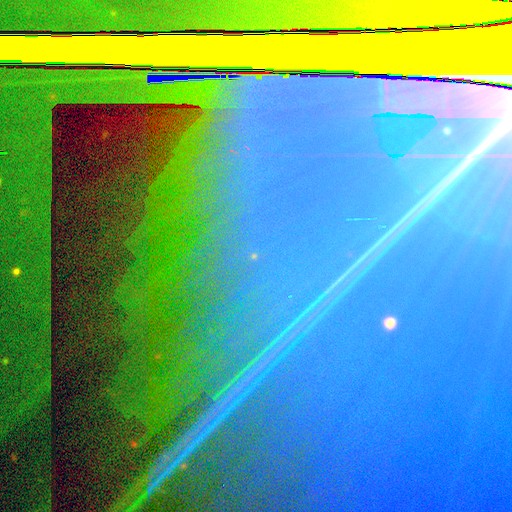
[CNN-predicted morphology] Smooth or featured? star or artifact (85%)